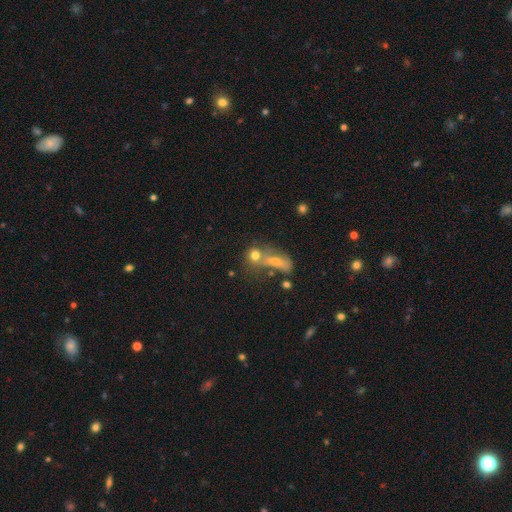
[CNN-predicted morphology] Q: Smooth or featured?
A: smooth (69%); runner-up: featured or disk (17%)
Q: How rounded?
A: round (63%); runner-up: in between (30%)
Q: Merging?
A: merger (47%); runner-up: none (35%)